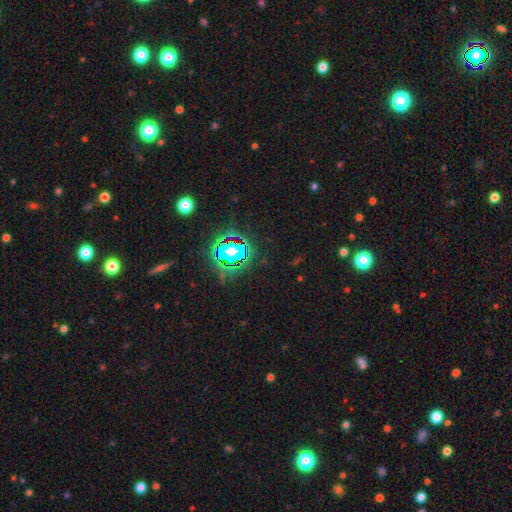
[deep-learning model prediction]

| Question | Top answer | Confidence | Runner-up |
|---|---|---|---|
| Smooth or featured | star or artifact | 82% | smooth (11%) |